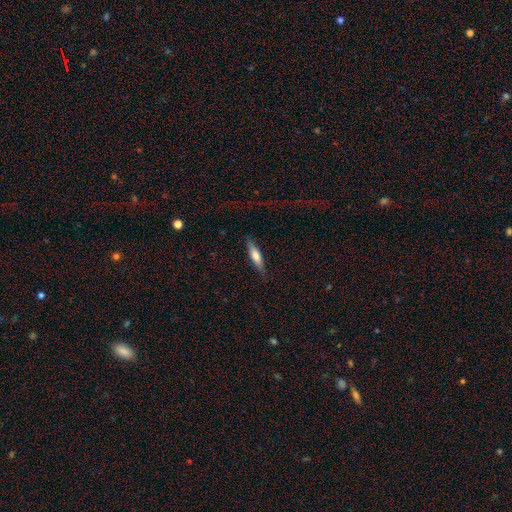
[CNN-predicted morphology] smooth 63%, featured or disk 31%, star or artifact 6%. Down the decision tree: how rounded — cigar-shaped (76%); merging — none (85%).